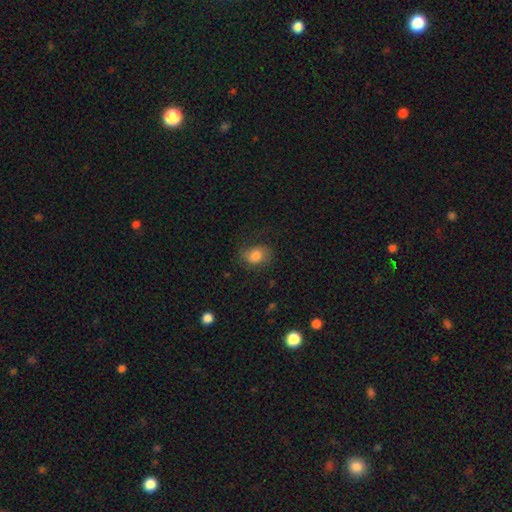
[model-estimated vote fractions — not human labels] smooth 71%, featured or disk 20%, star or artifact 9%. Down the decision tree: how rounded — in between (58%); merging — none (64%).